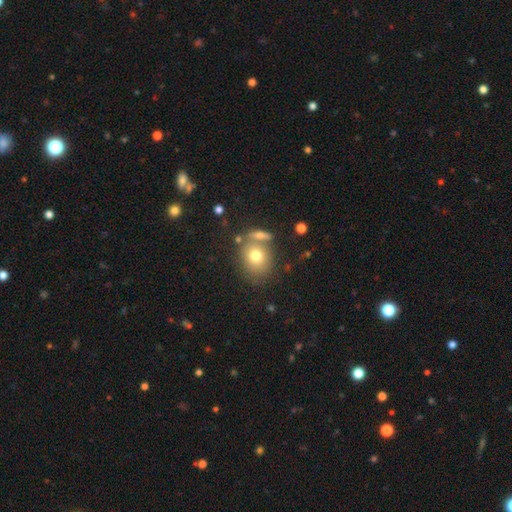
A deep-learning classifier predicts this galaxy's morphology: smooth-or-featured: smooth: 73% | featured or disk: 16% | star or artifact: 11%
  how-rounded: round: 60% | in between: 38% | cigar-shaped: 1%
  merging: none: 59% | merger: 22% | minor disturbance: 13% | major disturbance: 6%